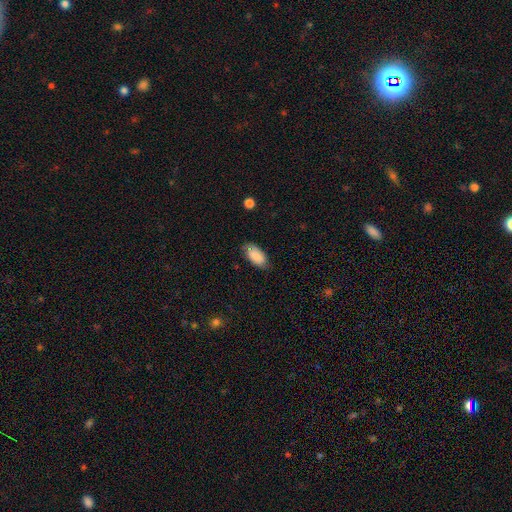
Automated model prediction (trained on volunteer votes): The model was most divided on "merging": none: 71%, minor disturbance: 22%, major disturbance: 5%, merger: 2%. More confident: how rounded — in between (94%); smooth or featured — smooth (85%).